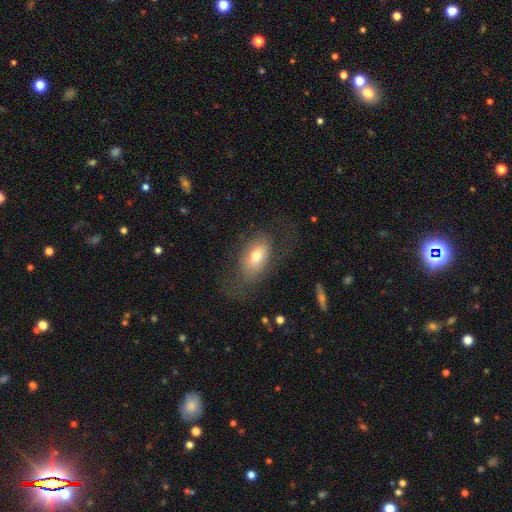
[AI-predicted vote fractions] smooth-or-featured: smooth: 55% | featured or disk: 36% | star or artifact: 9%
  how-rounded: in between: 88% | round: 8% | cigar-shaped: 4%
  merging: none: 56% | major disturbance: 24% | minor disturbance: 19% | merger: 2%